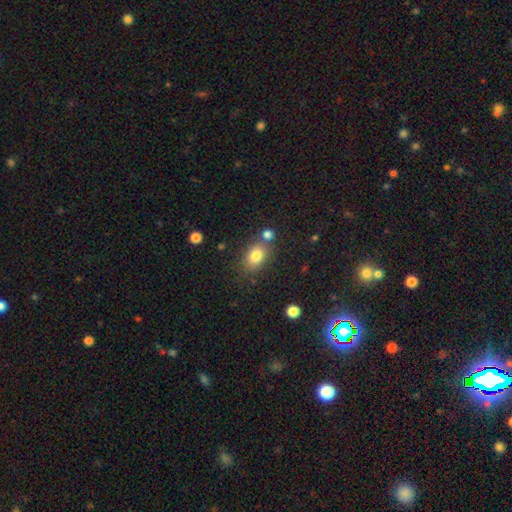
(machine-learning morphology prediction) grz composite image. It shows a smooth galaxy with no disk features (80%) that is in between round and cigar-shaped (75%). Merging: none (68%).